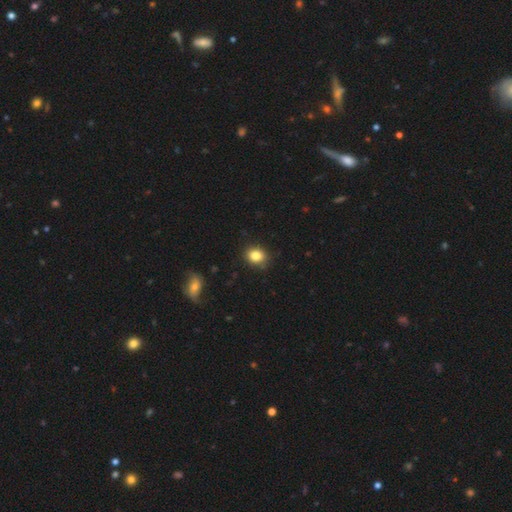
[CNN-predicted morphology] smooth 84%, star or artifact 10%, featured or disk 6%. Down the decision tree: how rounded — round (63%); merging — none (84%).